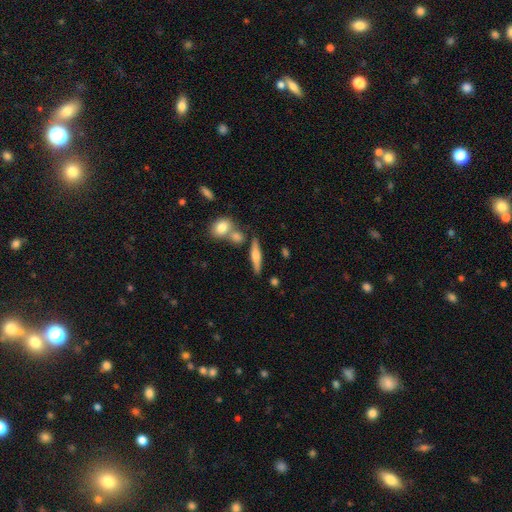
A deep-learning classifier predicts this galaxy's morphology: smooth 47%, featured or disk 45%, star or artifact 8%. Down the decision tree: merging — none (73%).